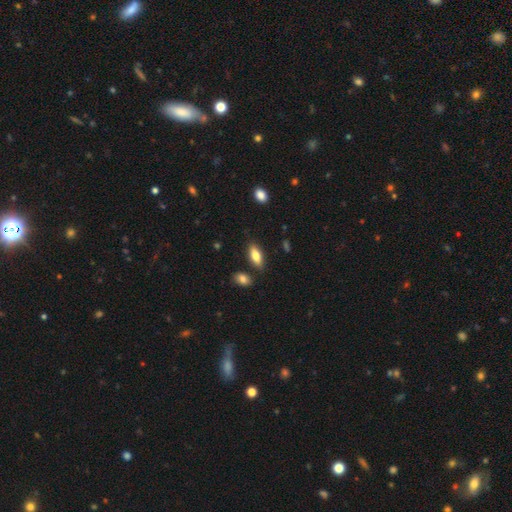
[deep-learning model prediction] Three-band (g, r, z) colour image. It shows a smooth galaxy with no disk features (80%) that is in between round and cigar-shaped (80%). Merging: none (82%).